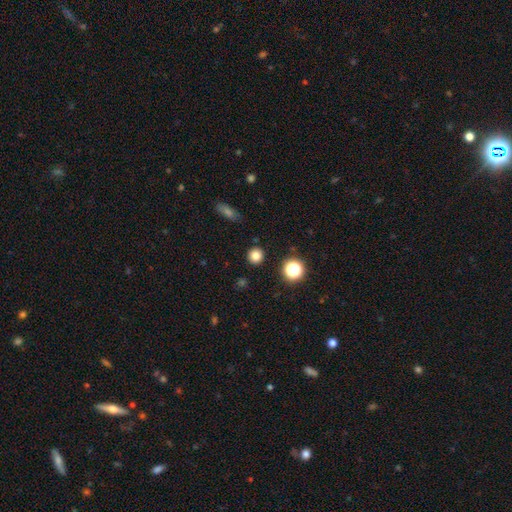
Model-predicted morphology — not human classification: smooth_or_featured: smooth (p=0.80) [alt: star or artifact p=0.14]
how_rounded: round (p=0.93) [alt: in between p=0.06]
merging: none (p=0.90) [alt: minor disturbance p=0.06]